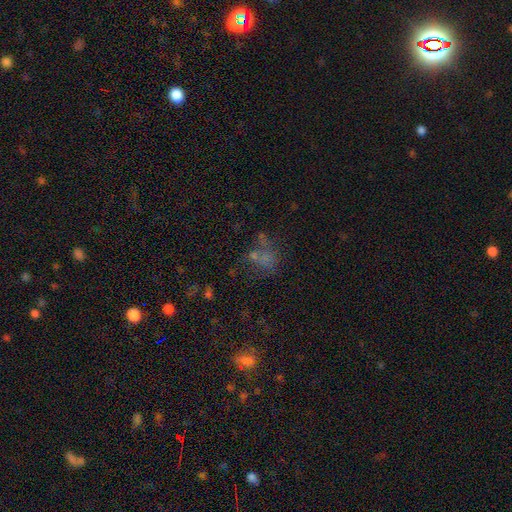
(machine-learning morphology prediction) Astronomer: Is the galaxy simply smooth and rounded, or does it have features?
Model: smooth — 45% (runner-up: star or artifact, 34%).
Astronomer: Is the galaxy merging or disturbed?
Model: none — 42% (runner-up: merger, 26%).